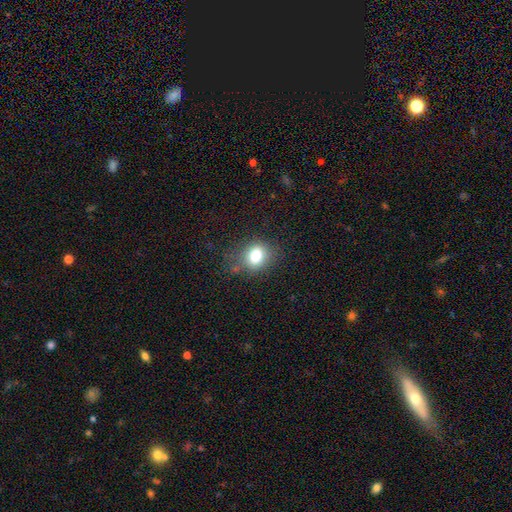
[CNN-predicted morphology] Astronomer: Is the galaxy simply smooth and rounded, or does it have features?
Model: smooth — 79%.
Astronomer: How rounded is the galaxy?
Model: round — 53% (runner-up: in between, 46%).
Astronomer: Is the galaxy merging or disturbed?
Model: none — 73%.